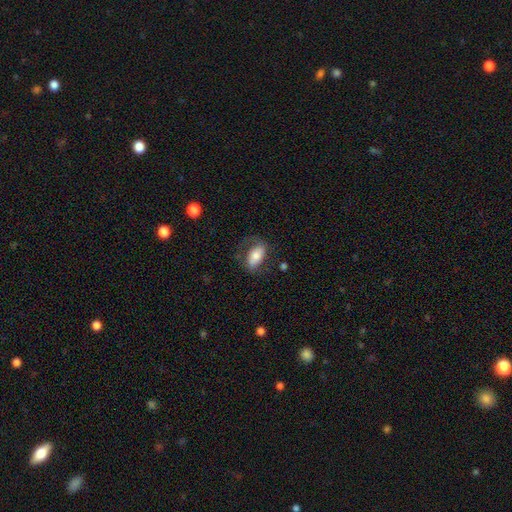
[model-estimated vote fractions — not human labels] smooth_or_featured: smooth (p=0.65) [alt: featured or disk p=0.28]
how_rounded: in between (p=0.91) [alt: round p=0.05]
merging: none (p=0.57) [alt: minor disturbance p=0.23]